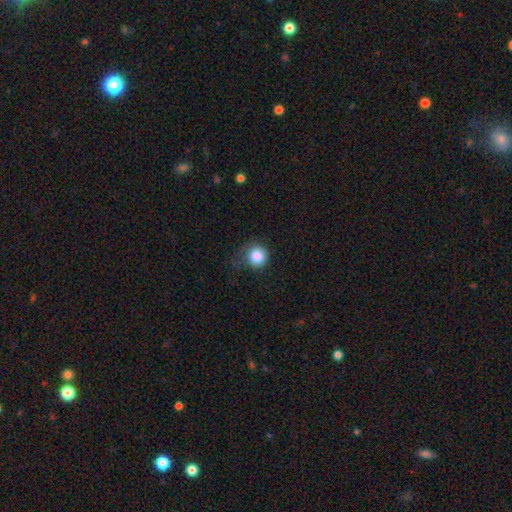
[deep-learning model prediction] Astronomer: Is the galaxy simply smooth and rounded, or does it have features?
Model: smooth — 84%.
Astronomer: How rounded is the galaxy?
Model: round — 91%.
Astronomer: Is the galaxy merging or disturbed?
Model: none — 61%.